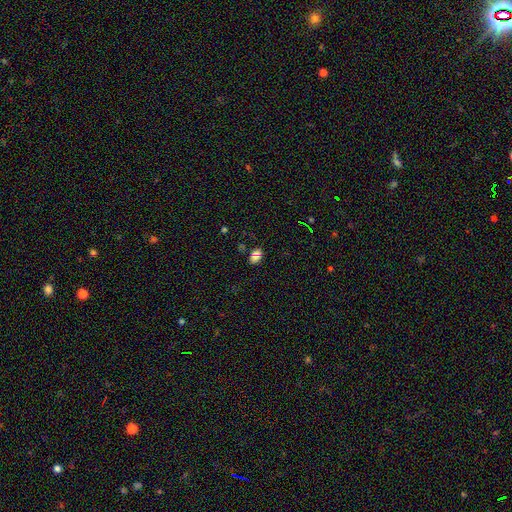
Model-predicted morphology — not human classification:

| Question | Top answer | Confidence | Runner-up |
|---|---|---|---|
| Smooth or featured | smooth | 76% | star or artifact (15%) |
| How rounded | in between | 80% | round (18%) |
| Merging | none | 69% | minor disturbance (18%) |